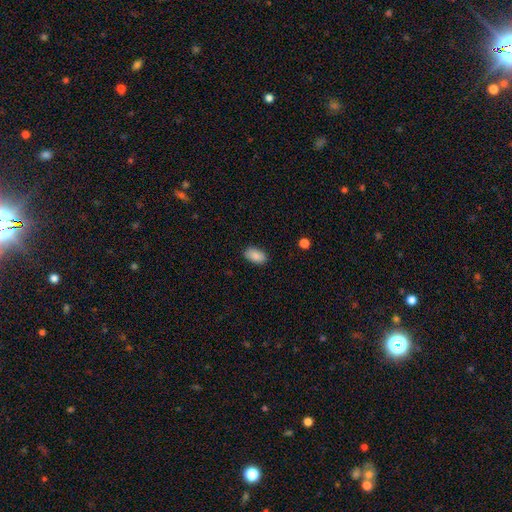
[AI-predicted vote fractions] Smooth or featured: smooth — 88% (star or artifact — 7%)
How rounded: in between — 93% (round — 5%)
Merging: none — 88% (minor disturbance — 9%)